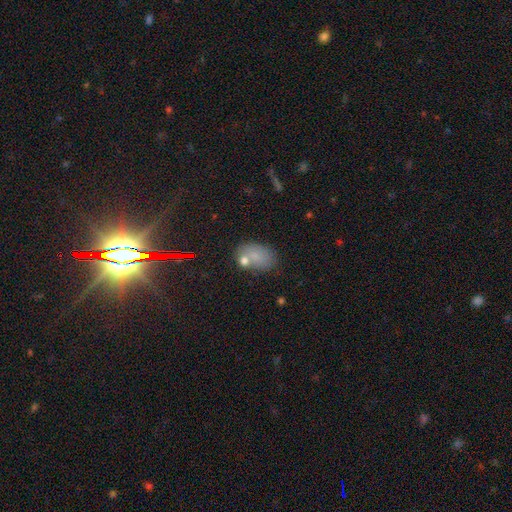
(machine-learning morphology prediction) Smooth or featured?
  - smooth: 73% *
  - star or artifact: 15%
  - featured or disk: 12%
How rounded?
  - in between: 83% *
  - round: 16%
  - cigar-shaped: 2%
Merging?
  - none: 62% *
  - minor disturbance: 17%
  - merger: 16%
  - major disturbance: 6%